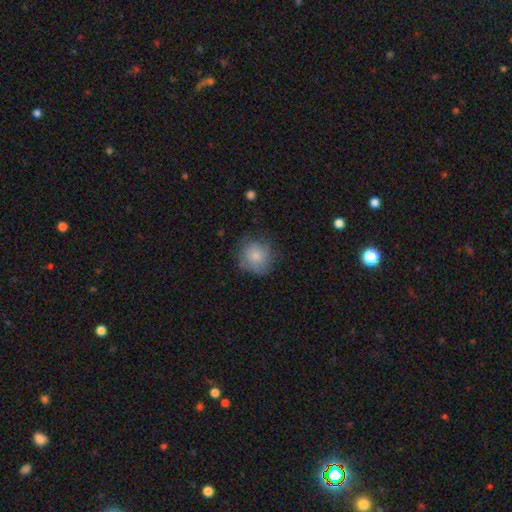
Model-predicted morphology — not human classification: Smooth or featured?
  - smooth: 79% *
  - featured or disk: 13%
  - star or artifact: 8%
How rounded?
  - round: 87% *
  - in between: 12%
  - cigar-shaped: 1%
Merging?
  - none: 70% *
  - minor disturbance: 22%
  - major disturbance: 7%
  - merger: 2%